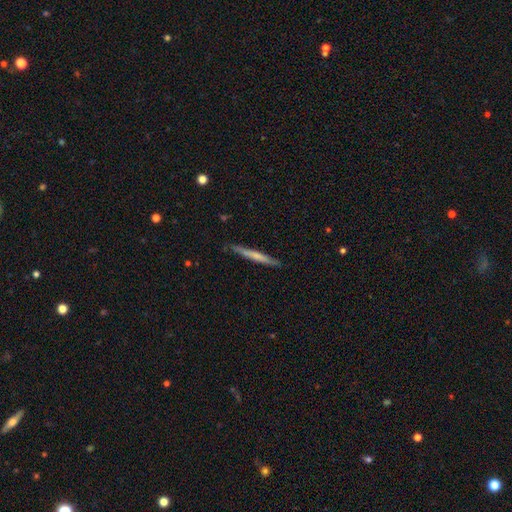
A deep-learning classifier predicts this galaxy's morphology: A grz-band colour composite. It shows a smooth galaxy with no disk features (54%) that is cigar-shaped (96%). Merging: none (87%).